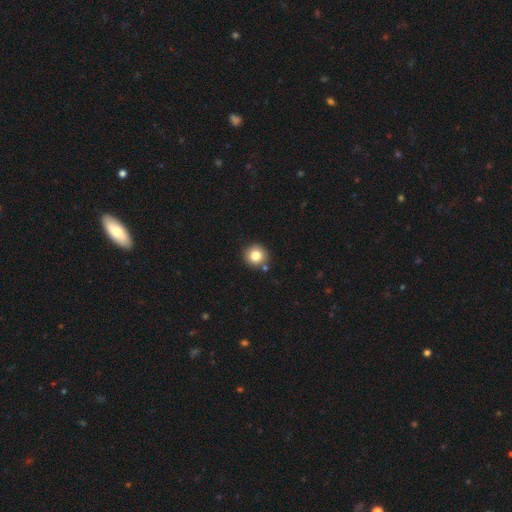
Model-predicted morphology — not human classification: Overall: smooth (82%). How rounded: round (94%). Merging: none (85%).